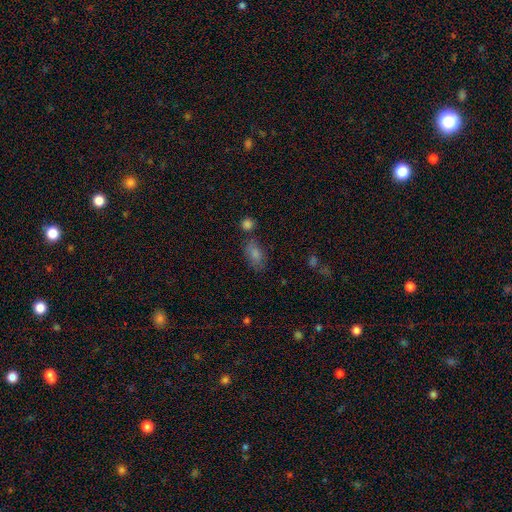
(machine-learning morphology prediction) Q: Smooth or featured?
A: smooth (73%); runner-up: star or artifact (14%)
Q: How rounded?
A: in between (87%); runner-up: round (7%)
Q: Merging?
A: none (65%); runner-up: minor disturbance (17%)